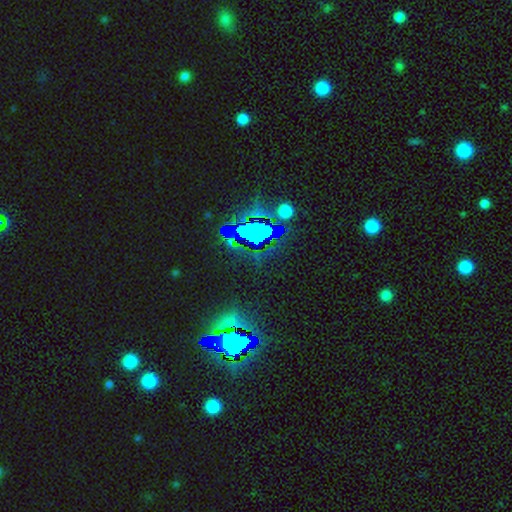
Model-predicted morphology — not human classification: Smooth or featured? star or artifact (81%)